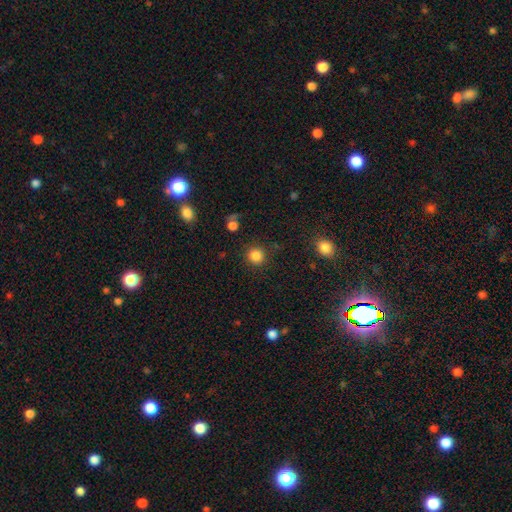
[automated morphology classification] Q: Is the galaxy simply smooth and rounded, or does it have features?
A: smooth — 85%.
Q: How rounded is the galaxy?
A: round — 92%.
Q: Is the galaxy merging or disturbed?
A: none — 88%.